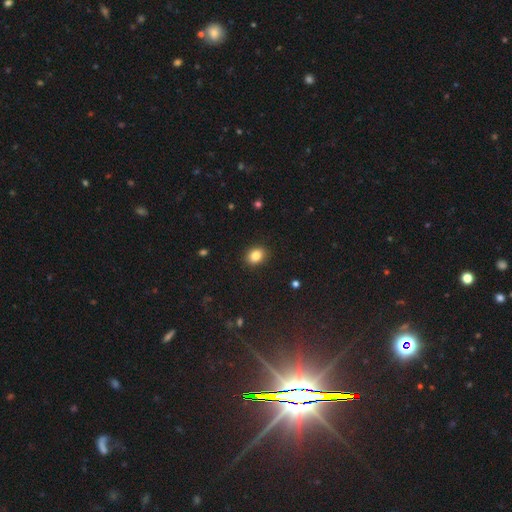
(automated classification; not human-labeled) The model was most divided on "how rounded": in between: 59%, round: 40%, cigar-shaped: 1%. More confident: merging — none (89%); smooth or featured — smooth (85%).